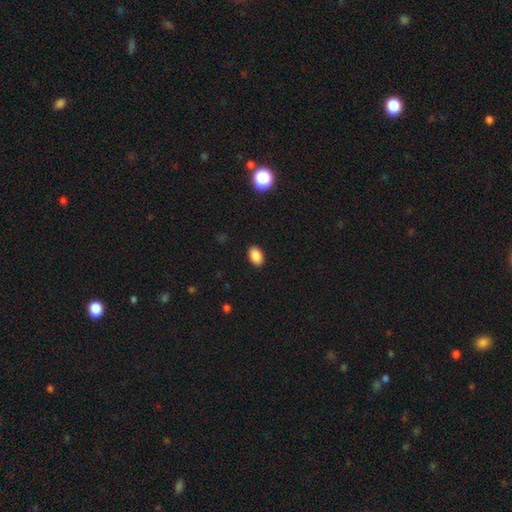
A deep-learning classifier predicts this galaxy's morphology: This is clearly a smooth galaxy (88%). How rounded: clearly in between (88%). Merging: clearly none (90%).